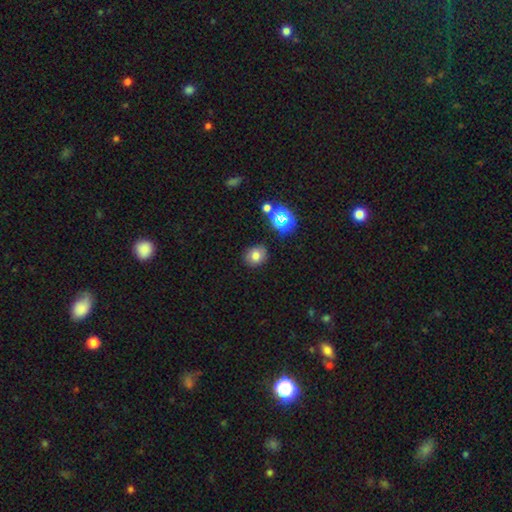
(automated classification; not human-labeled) Smooth or featured?
  - smooth: 74% *
  - star or artifact: 16%
  - featured or disk: 10%
How rounded?
  - round: 74% *
  - in between: 25%
  - cigar-shaped: 1%
Merging?
  - none: 86% *
  - minor disturbance: 9%
  - major disturbance: 3%
  - merger: 2%